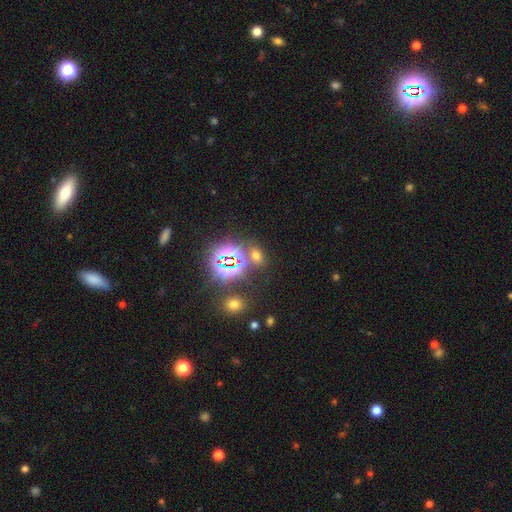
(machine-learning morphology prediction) Smooth or featured: smooth — 47% (star or artifact — 45%)
Merging: none — 71% (merger — 14%)